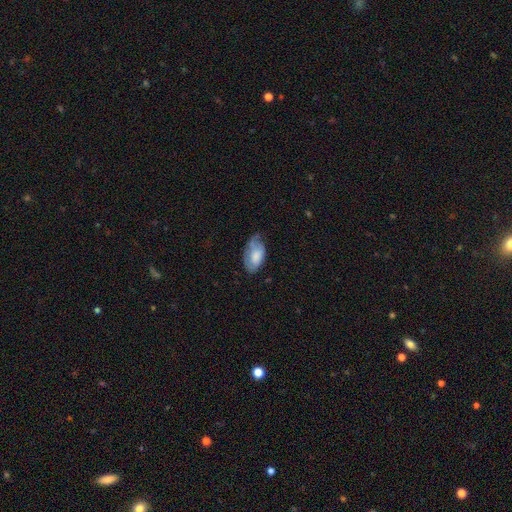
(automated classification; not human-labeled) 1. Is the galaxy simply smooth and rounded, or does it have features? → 67% smooth, 26% featured or disk, 7% star or artifact.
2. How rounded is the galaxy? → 94% in between, 4% round, 2% cigar-shaped.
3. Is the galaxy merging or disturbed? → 41% none (tied), 41% minor disturbance (tied), 16% major disturbance, 2% merger.